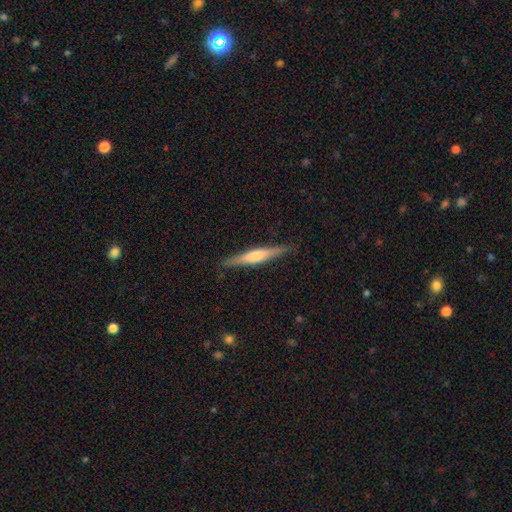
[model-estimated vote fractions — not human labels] Smooth or featured? featured or disk (56%)
Edge-on disk? yes (96%)
Edge-on bulge? rounded (69%)
Merging? none (88%)